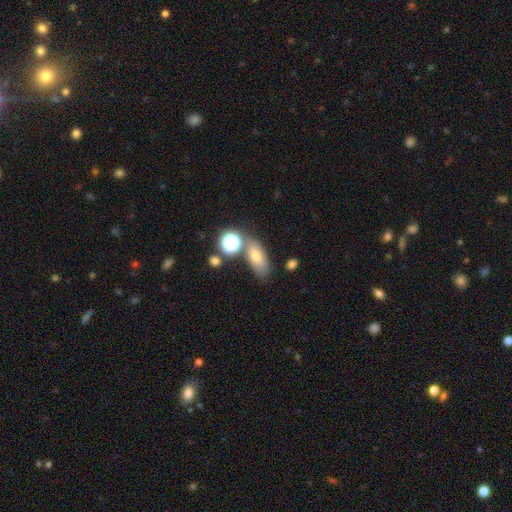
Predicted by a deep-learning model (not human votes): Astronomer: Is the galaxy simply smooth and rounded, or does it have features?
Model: smooth — 62%.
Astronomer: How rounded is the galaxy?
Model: in between — 79%.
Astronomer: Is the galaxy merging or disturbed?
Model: none — 60%.